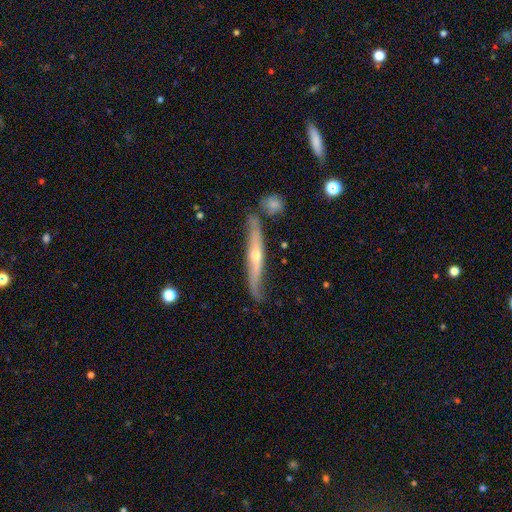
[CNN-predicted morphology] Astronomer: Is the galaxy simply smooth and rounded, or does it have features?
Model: featured or disk — 73%.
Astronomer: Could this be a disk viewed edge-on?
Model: yes — 87%.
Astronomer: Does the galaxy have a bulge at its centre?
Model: rounded — 82%.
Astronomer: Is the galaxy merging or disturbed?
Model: none — 70%.